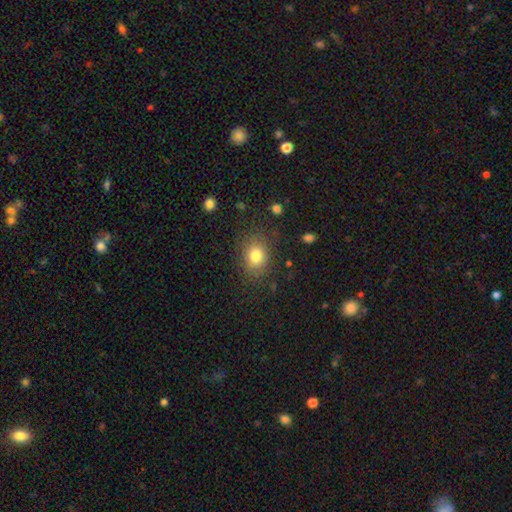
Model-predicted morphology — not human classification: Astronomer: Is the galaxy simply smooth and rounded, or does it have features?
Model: smooth — 80%.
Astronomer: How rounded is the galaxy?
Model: in between — 55% (runner-up: round, 44%).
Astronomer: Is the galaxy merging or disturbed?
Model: none — 80%.